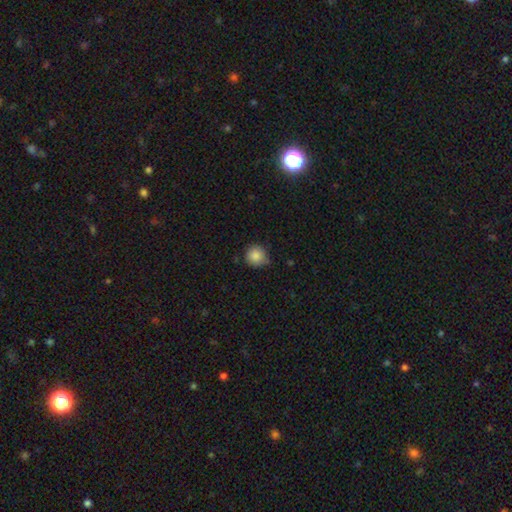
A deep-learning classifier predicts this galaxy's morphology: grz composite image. It shows a smooth galaxy with no disk features (86%) that is round (93%). Merging: none (74%).